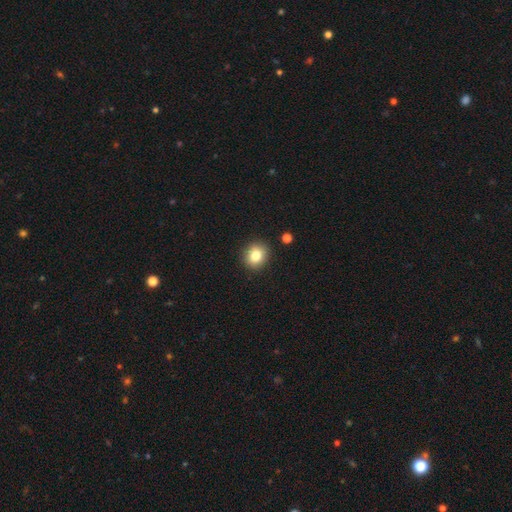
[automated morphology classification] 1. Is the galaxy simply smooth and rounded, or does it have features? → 82% smooth, 11% star or artifact, 8% featured or disk.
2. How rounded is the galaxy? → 77% round, 22% in between, 1% cigar-shaped.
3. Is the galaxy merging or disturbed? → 89% none, 7% minor disturbance, 2% major disturbance, 2% merger.